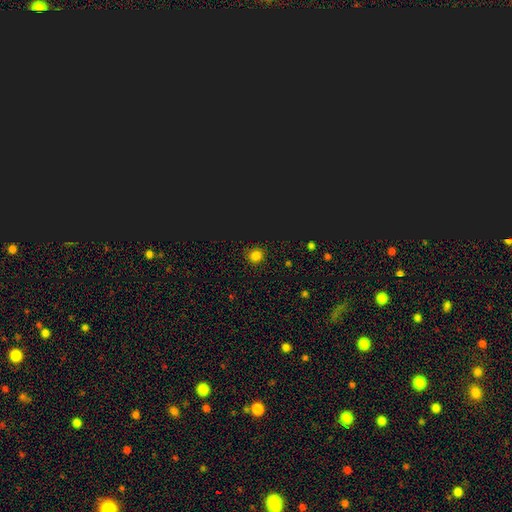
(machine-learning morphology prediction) Smooth or featured: smooth — 77% (star or artifact — 19%)
How rounded: round — 89% (in between — 10%)
Merging: none — 89% (minor disturbance — 8%)